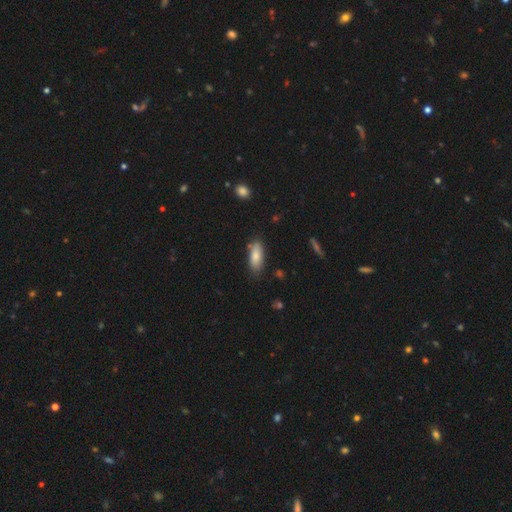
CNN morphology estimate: This is clearly a smooth galaxy (81%). How rounded: likely in between (76%). Merging: likely none (78%).